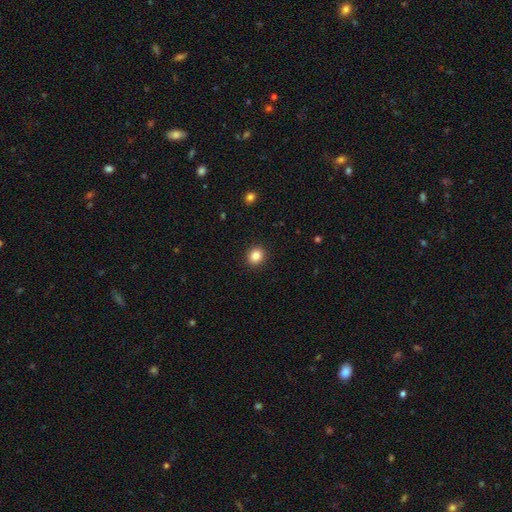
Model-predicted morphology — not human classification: A smooth galaxy with no disk features (85%) that is round (80%). Merging: none (92%).